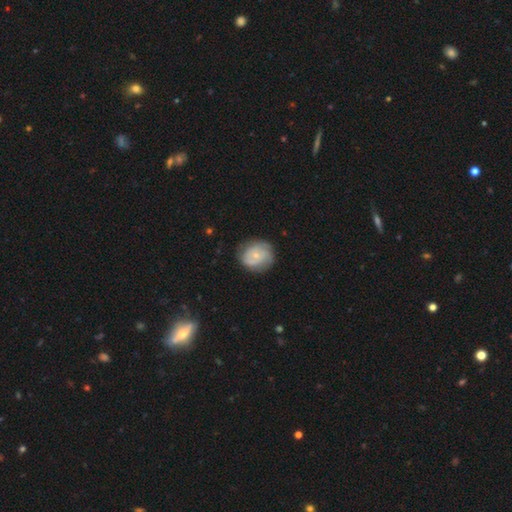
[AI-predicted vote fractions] The model was most divided on "smooth or featured": featured or disk: 52%, smooth: 42%, star or artifact: 6%. More confident: edge-on disk — no (98%); bar — no (77%); spiral arms — yes (76%); merging — none (72%); bulge size — small (72%).